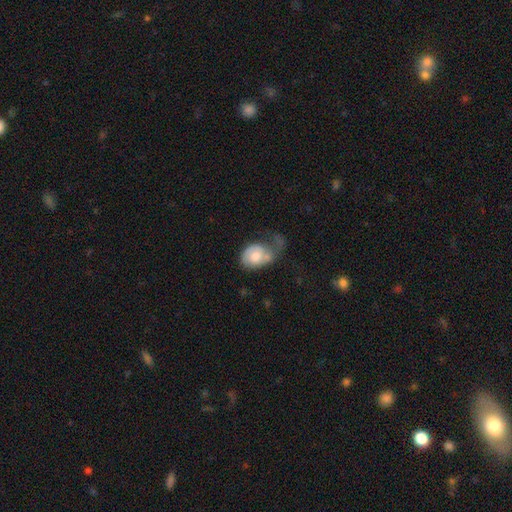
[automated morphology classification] Smooth or featured? Predicted: smooth (p=0.50). Merging? Predicted: major disturbance (p=0.38).